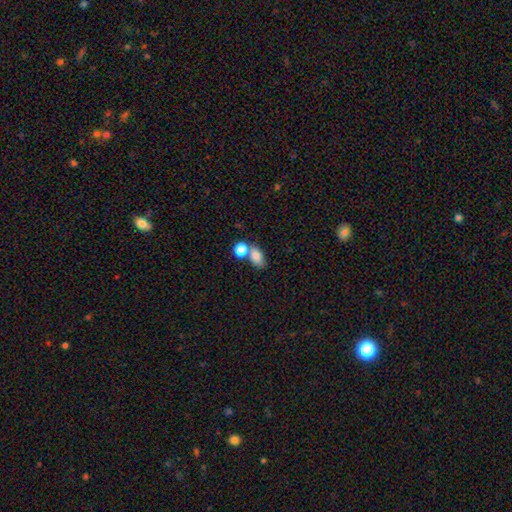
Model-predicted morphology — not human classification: type=smooth (81%); roundness=in between (79%); merging=none (46%).